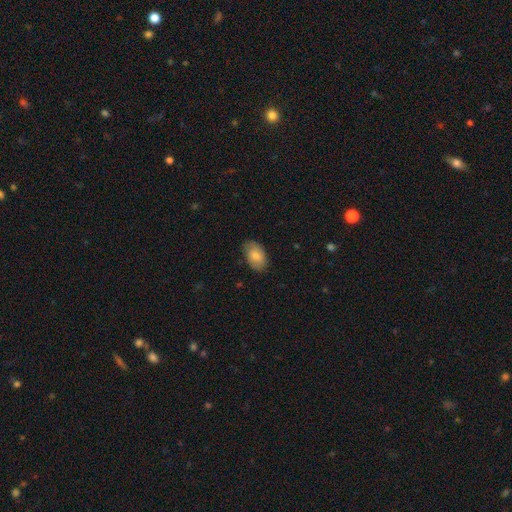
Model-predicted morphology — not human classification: The model was most divided on "merging": none: 79%, minor disturbance: 17%, major disturbance: 3%, merger: 1%. More confident: how rounded — in between (93%); smooth or featured — smooth (79%).